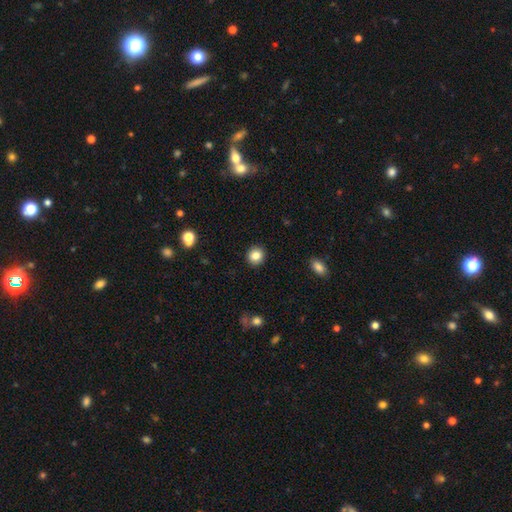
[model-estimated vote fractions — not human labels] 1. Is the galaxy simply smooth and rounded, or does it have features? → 85% smooth, 10% star or artifact, 5% featured or disk.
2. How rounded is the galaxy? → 86% round, 13% in between, 1% cigar-shaped.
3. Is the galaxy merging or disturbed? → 92% none, 5% minor disturbance, 2% major disturbance, 1% merger.